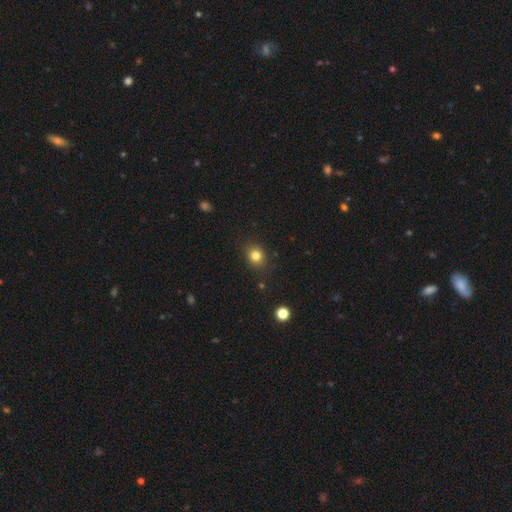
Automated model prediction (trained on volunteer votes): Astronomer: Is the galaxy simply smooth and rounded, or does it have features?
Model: smooth — 82%.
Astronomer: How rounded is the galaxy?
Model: round — 70%.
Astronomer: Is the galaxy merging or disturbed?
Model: none — 87%.